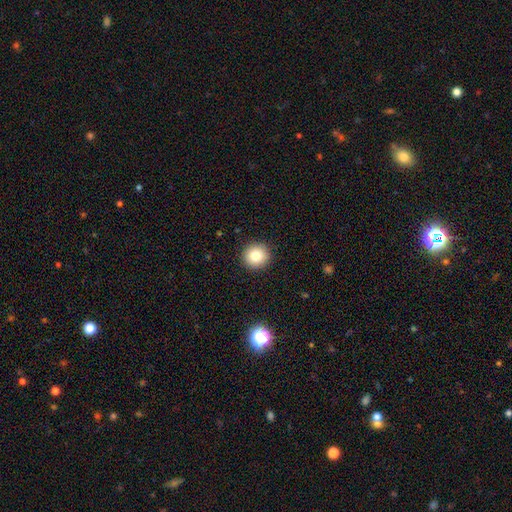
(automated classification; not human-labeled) This is clearly a smooth galaxy (81%). How rounded: clearly round (92%). Merging: clearly none (92%).